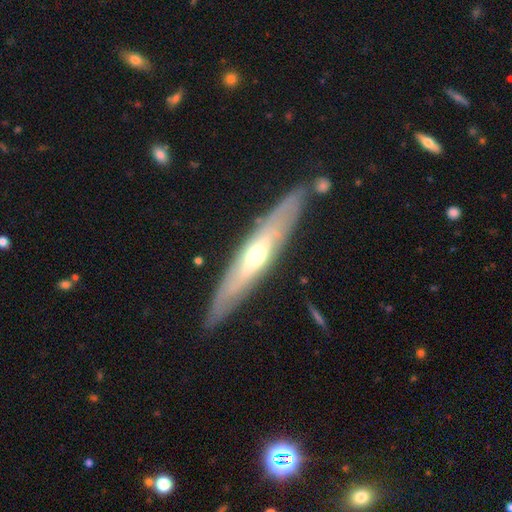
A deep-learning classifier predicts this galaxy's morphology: A featured or disk galaxy (68%) viewed edge-on (71%). Merging: none (83%).